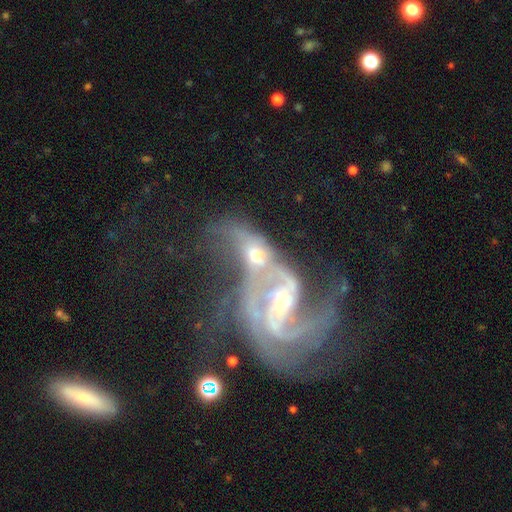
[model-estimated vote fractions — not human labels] Q: Smooth or featured?
A: featured or disk (82%); runner-up: smooth (11%)
Q: Edge-on disk?
A: no (96%); runner-up: yes (4%)
Q: Bar?
A: no (46%); runner-up: weak (34%)
Q: Spiral arms?
A: yes (89%); runner-up: no (11%)
Q: Spiral winding?
A: medium (43%); runner-up: loose (35%)
Q: Spiral arm count?
A: 2 (60%); runner-up: can't tell (18%)
Q: Bulge size?
A: small (48%); runner-up: moderate (42%)
Q: Merging?
A: merger (74%); runner-up: major disturbance (12%)